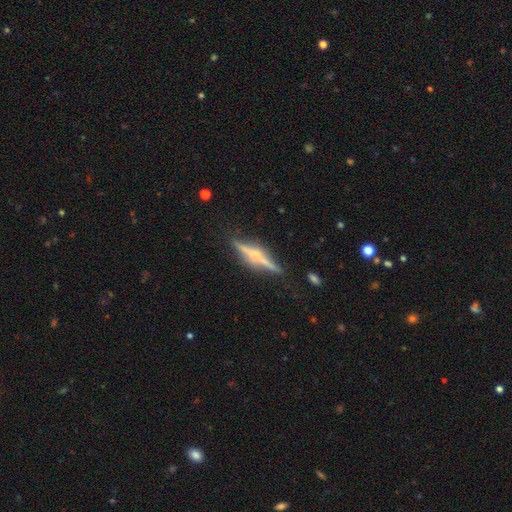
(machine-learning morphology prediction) Overall: featured or disk (77%). Edge-on disk: yes (97%). Edge-on bulge: rounded (75%). Merging: none (83%).